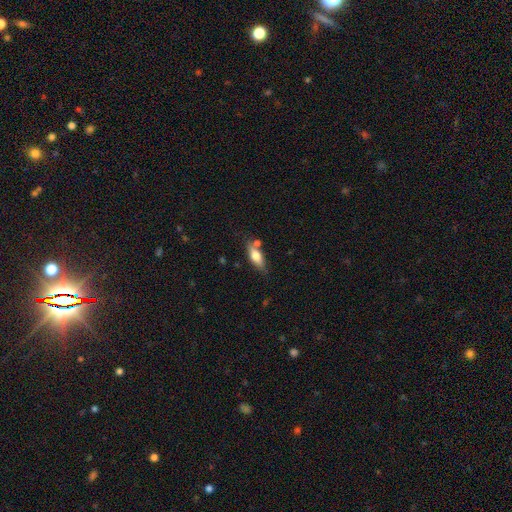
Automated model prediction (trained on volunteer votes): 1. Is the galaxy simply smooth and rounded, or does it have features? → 67% smooth, 26% featured or disk, 7% star or artifact.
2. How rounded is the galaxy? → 68% in between, 28% cigar-shaped, 3% round.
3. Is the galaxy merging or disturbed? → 69% none, 16% minor disturbance, 11% merger, 4% major disturbance.